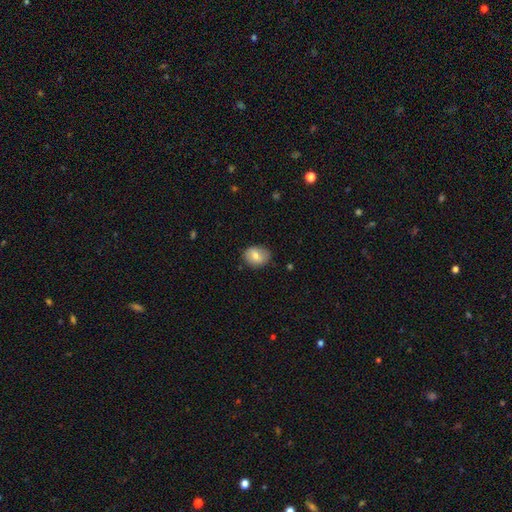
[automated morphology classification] smooth 74%, featured or disk 18%, star or artifact 8%. Down the decision tree: how rounded — round (51%); merging — none (81%).